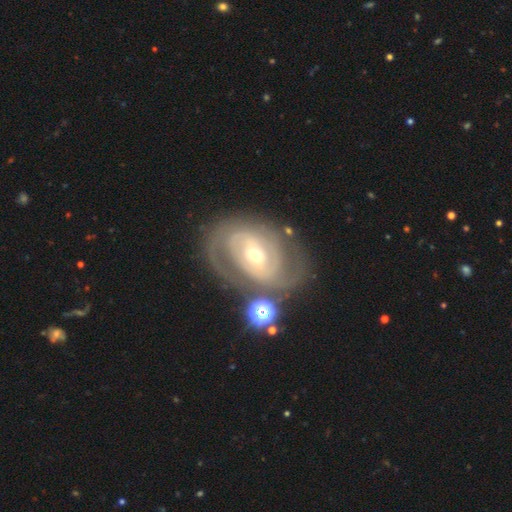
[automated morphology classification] A featured or disk galaxy (84%) with no bar (45%), 2 (48%) tight (60%) spiral arms (89%) and a small central bulge (52%).

Vote fractions:
- Smooth or featured? featured or disk: 84% / smooth: 10% / star or artifact: 6%
- Edge-on disk? no: 96% / yes: 4%
- Bar? no: 45% / weak: 36% / strong: 20%
- Spiral arms? yes: 89% / no: 11%
- Spiral winding? tight: 60% / medium: 31% / loose: 9%
- Spiral arm count? 2: 48% / can't tell: 28% / 3: 13% / 4: 4% / 1: 4% / more than 4: 3%
- Bulge size? small: 52% / moderate: 43% / large: 2% / dominant: 1% / none: 1%
- Merging? none: 67% / minor disturbance: 16% / major disturbance: 10% / merger: 6%